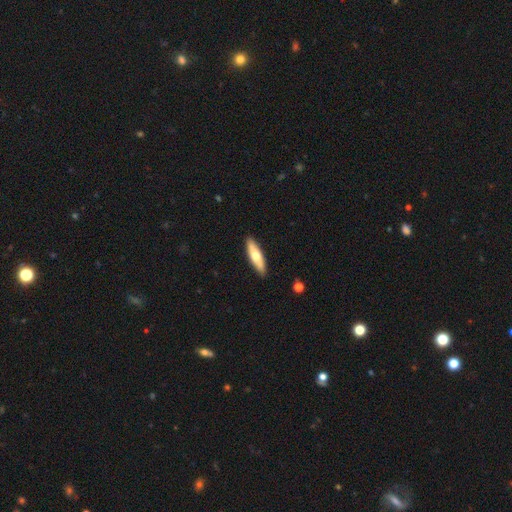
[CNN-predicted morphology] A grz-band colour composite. It shows a smooth galaxy with no disk features (62%) that is cigar-shaped (63%). Merging: none (88%).